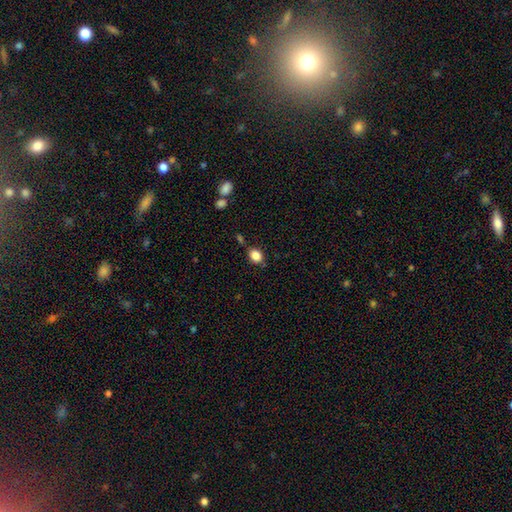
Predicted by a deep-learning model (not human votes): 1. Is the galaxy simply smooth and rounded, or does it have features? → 85% smooth, 10% star or artifact, 5% featured or disk.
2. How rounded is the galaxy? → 50% round, 49% in between, 1% cigar-shaped.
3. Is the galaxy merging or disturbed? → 74% none, 16% minor disturbance, 6% merger, 4% major disturbance.